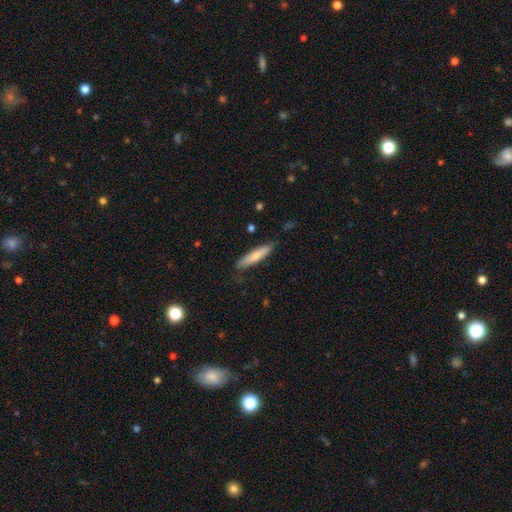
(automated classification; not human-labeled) The model was most divided on "smooth or featured": smooth: 75%, featured or disk: 20%, star or artifact: 5%. More confident: how rounded — cigar-shaped (84%); merging — none (79%).